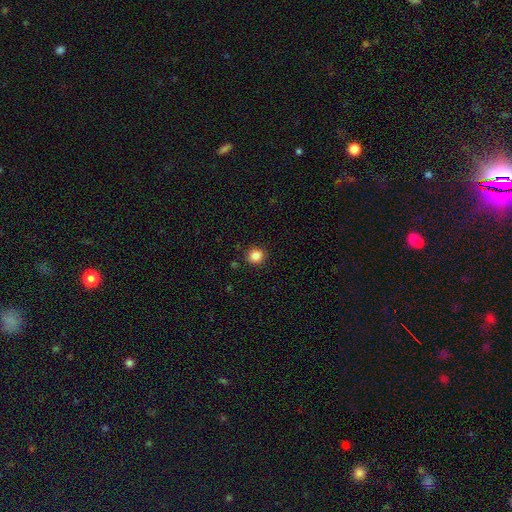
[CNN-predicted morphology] type=smooth (85%); roundness=round (89%); merging=none (91%).